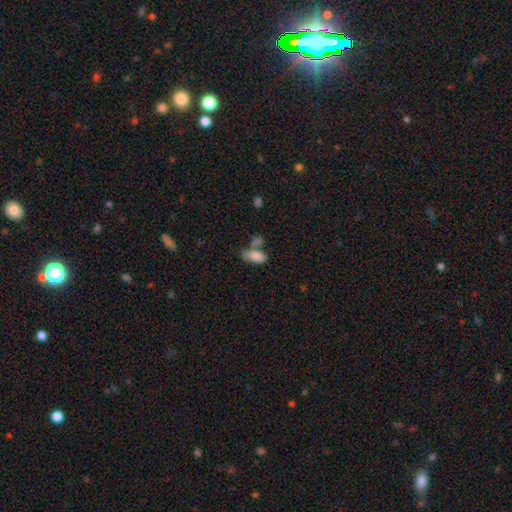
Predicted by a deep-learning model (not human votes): smooth-or-featured: smooth: 81% | featured or disk: 11% | star or artifact: 9%
  how-rounded: in between: 89% | cigar-shaped: 7% | round: 4%
  merging: merger: 38% | none: 37% | minor disturbance: 16% | major disturbance: 9%